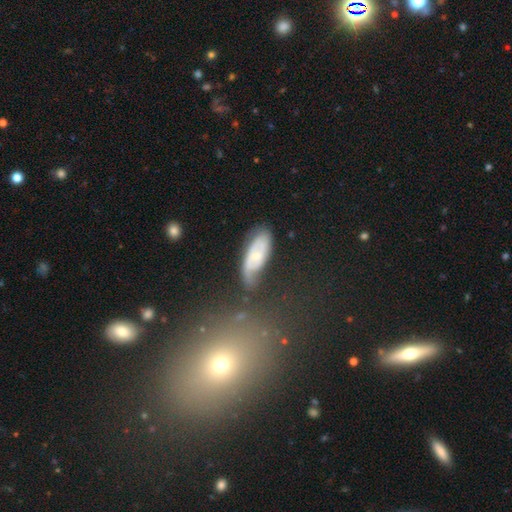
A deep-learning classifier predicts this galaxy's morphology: This appears to be a featured or disk galaxy (59%) with no bar (53%), spiral arms (82%) and a small central bulge (56%). Merging: none (60%).